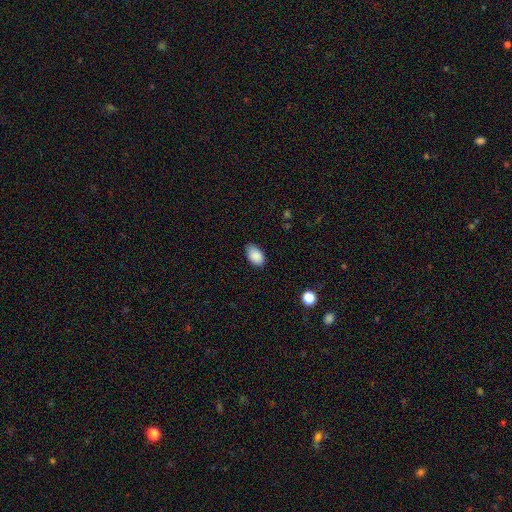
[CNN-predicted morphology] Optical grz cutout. It shows a smooth galaxy with no disk features (89%) that is in between round and cigar-shaped (93%). Merging: none (79%).